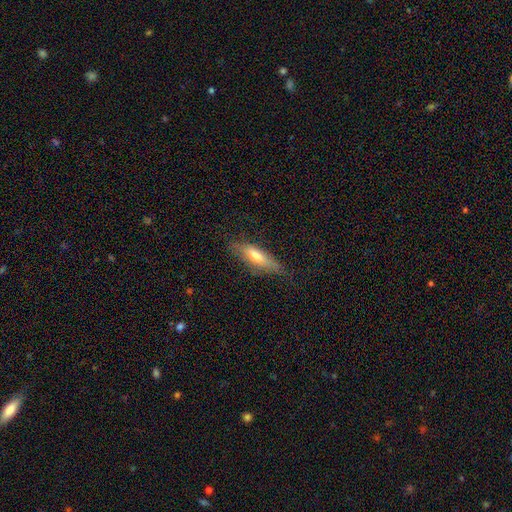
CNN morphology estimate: Smooth or featured: smooth — 63% (featured or disk — 30%)
How rounded: cigar-shaped — 57% (in between — 40%)
Merging: none — 73% (minor disturbance — 21%)